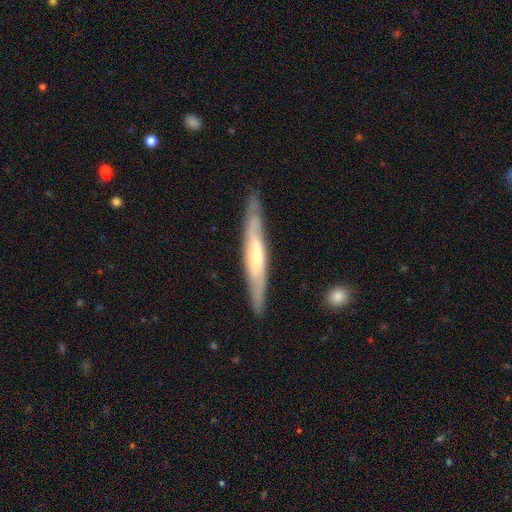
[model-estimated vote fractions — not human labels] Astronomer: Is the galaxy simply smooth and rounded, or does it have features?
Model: featured or disk — 61%.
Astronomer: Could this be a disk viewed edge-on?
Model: yes — 79%.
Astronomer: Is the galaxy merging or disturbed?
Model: none — 85%.